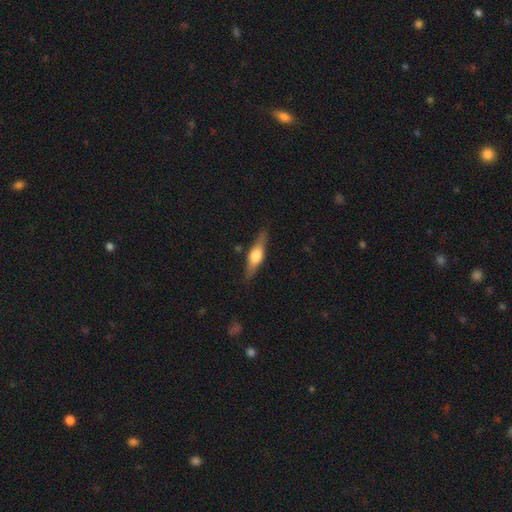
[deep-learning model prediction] Morphology: type=featured or disk (63%); edge-on=yes (95%); edge-on bulge=rounded (93%); merging=none (86%).